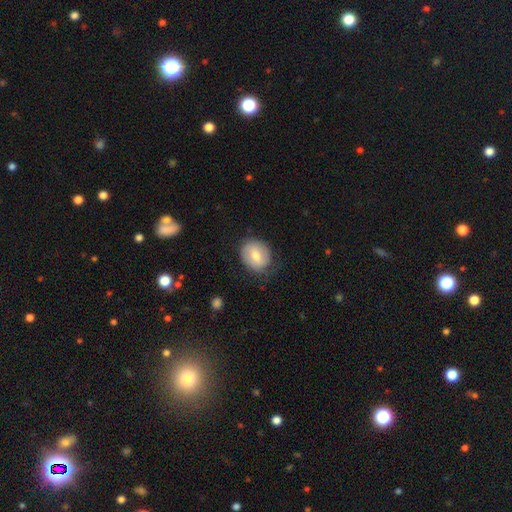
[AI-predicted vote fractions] Overall: smooth (61%; featured or disk 32%). How rounded: round (66%; in between 34%). Merging: none (75%).